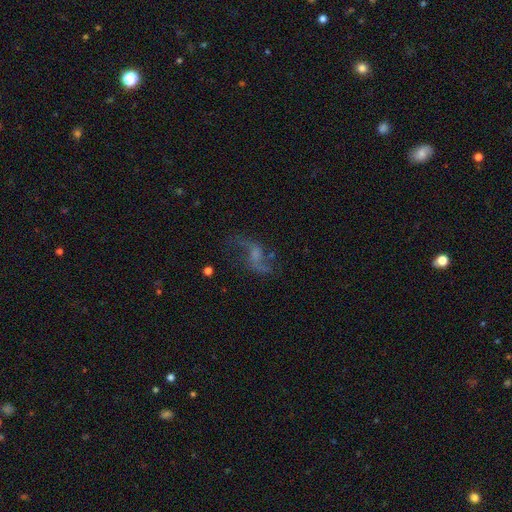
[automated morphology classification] smooth-or-featured: featured or disk: 77% | star or artifact: 12% | smooth: 11%
  disk-edge-on: no: 95% | yes: 5%
    bar: no: 49% | weak: 40% | strong: 11%
    has-spiral-arms: yes: 89% | no: 11%
      spiral-winding: loose: 85% | medium: 13% | tight: 3%
      spiral-arm-count: 2: 89% | 1: 4% | can't tell: 3% | 3: 1% | 4: 1% | more than 4: 1%
    bulge-size: none: 37% | small: 35% | moderate: 22% | large: 5% | dominant: 1%
  merging: none: 64% | major disturbance: 17% | minor disturbance: 16% | merger: 3%